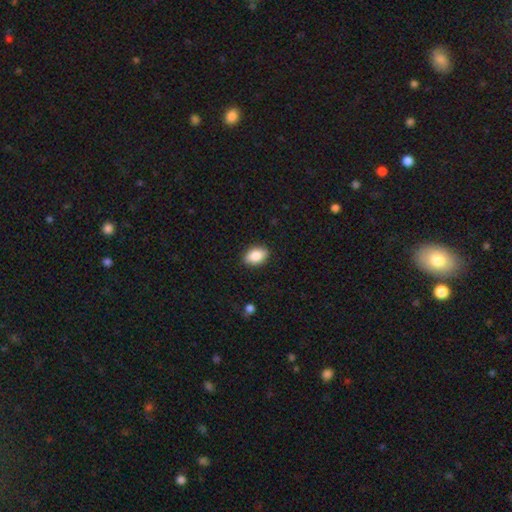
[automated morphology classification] smooth_or_featured: smooth (p=0.87) [alt: star or artifact p=0.07]
how_rounded: in between (p=0.86) [alt: round p=0.12]
merging: none (p=0.88) [alt: minor disturbance p=0.09]